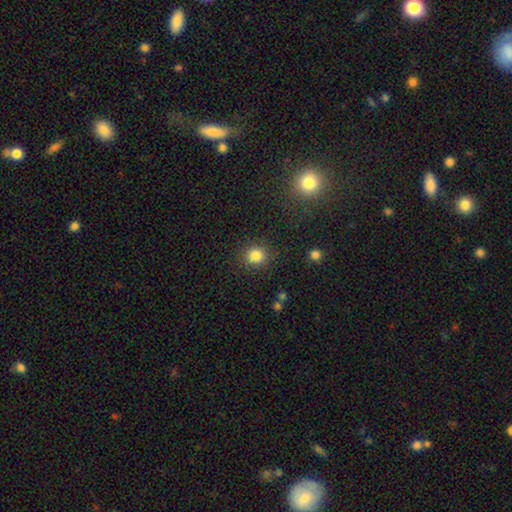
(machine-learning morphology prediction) Q: Smooth or featured?
A: smooth (83%); runner-up: star or artifact (12%)
Q: How rounded?
A: round (89%); runner-up: in between (10%)
Q: Merging?
A: none (87%); runner-up: minor disturbance (8%)